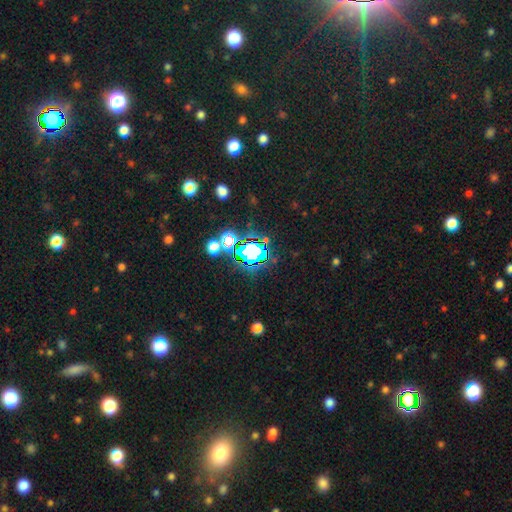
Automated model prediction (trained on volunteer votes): star or artifact 66%, smooth 23%, featured or disk 11%.